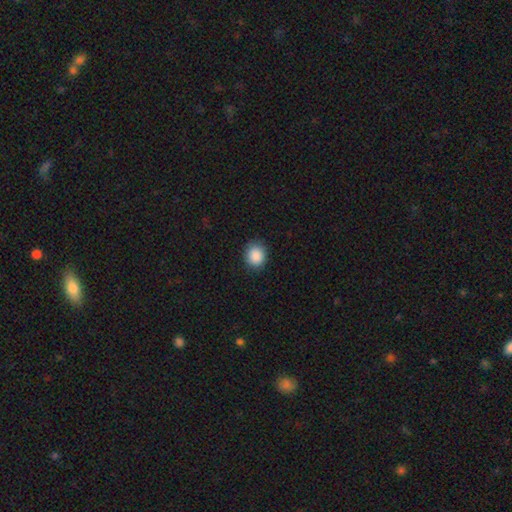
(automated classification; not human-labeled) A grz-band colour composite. It shows a smooth galaxy with no disk features (89%) that is round (76%). Merging: none (87%).